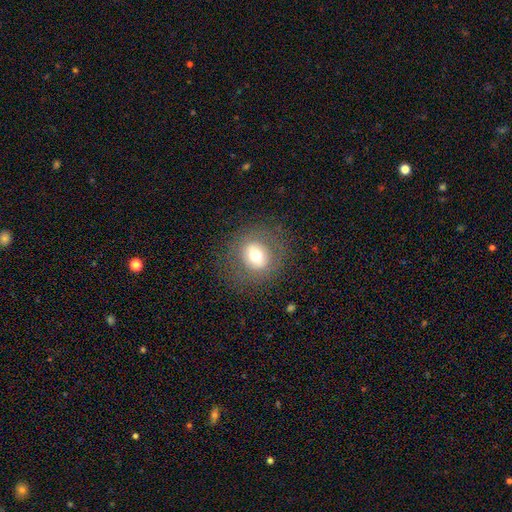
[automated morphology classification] Smooth or featured?
  - smooth: 61% *
  - featured or disk: 27%
  - star or artifact: 12%
How rounded?
  - round: 82% *
  - in between: 17%
  - cigar-shaped: 1%
Merging?
  - none: 82% *
  - minor disturbance: 10%
  - major disturbance: 7%
  - merger: 1%